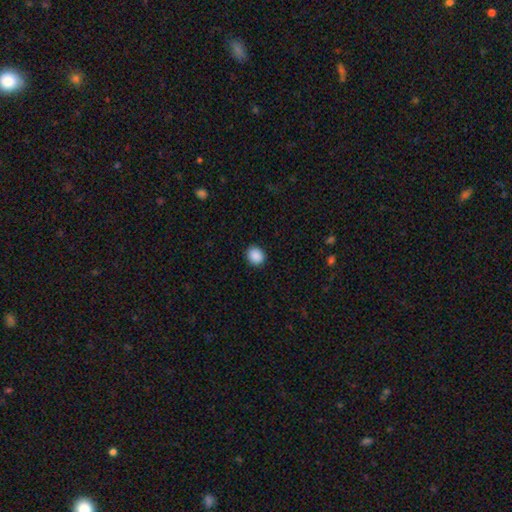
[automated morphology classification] Smooth or featured? Predicted: smooth (p=0.90). How rounded? Predicted: round (p=0.72). Merging? Predicted: none (p=0.91).